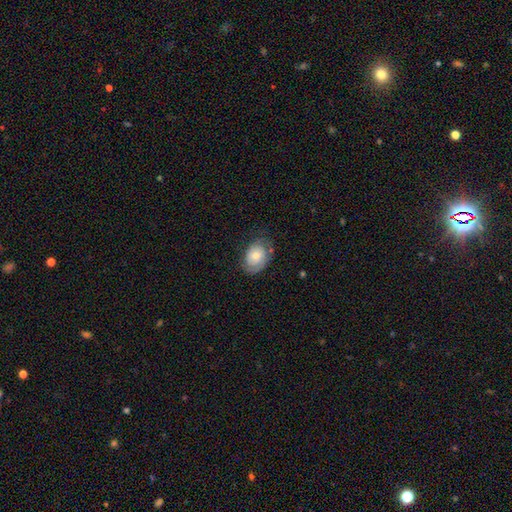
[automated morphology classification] smooth 53%, featured or disk 40%, star or artifact 7%. Down the decision tree: how rounded — in between (75%); merging — none (63%).